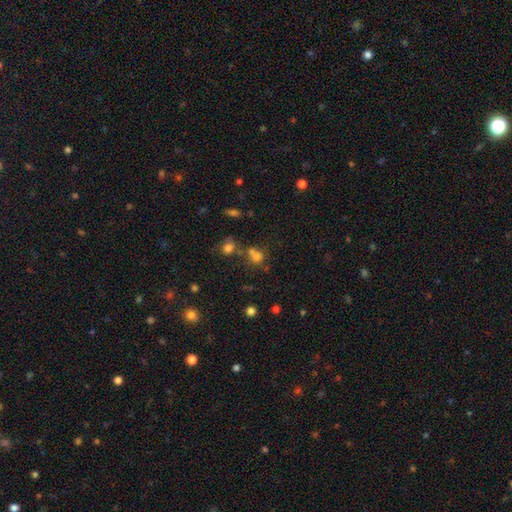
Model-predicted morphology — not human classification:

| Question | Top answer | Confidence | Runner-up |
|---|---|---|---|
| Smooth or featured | smooth | 65% | star or artifact (23%) |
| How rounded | round | 71% | in between (28%) |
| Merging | none | 44% | merger (38%) |